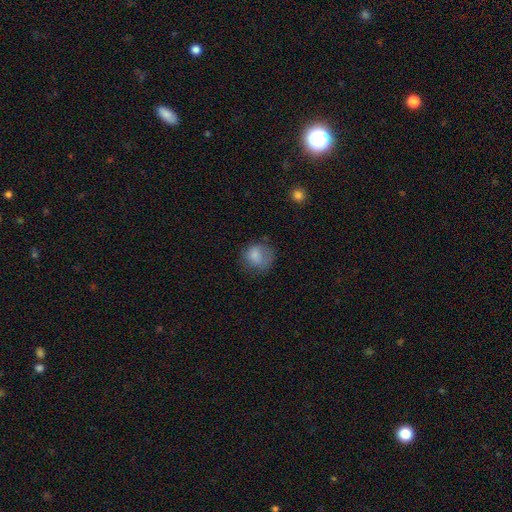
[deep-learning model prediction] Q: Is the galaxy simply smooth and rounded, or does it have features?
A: smooth — 79%.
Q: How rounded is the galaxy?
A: round — 71%.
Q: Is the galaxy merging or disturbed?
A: none — 51%.